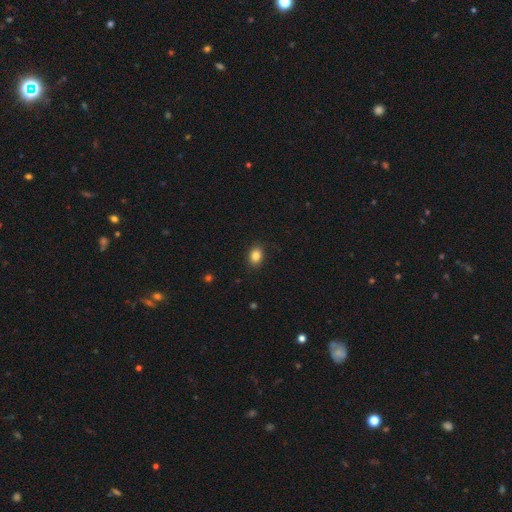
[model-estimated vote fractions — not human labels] This is clearly a smooth galaxy (85%). How rounded: likely in between (66%). Merging: clearly none (88%).